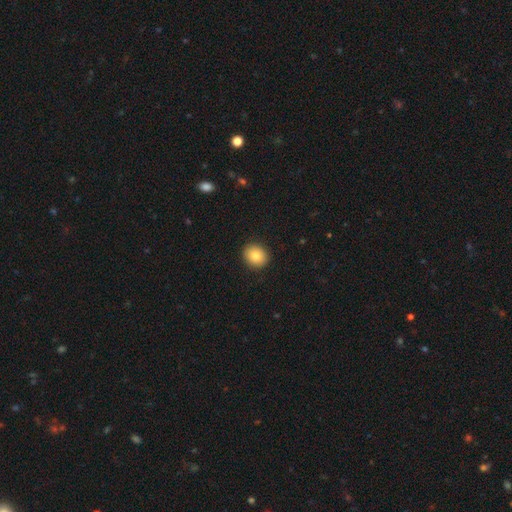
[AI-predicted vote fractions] Morphology: type=smooth (84%); roundness=round (71%); merging=none (91%).